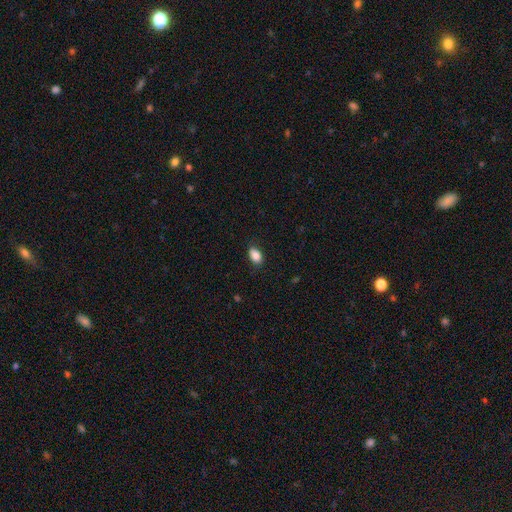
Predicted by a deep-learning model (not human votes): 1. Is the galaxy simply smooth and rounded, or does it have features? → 85% smooth, 8% star or artifact, 6% featured or disk.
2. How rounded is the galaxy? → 88% in between, 10% round, 2% cigar-shaped.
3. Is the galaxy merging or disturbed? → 79% none, 17% minor disturbance, 3% major disturbance, 1% merger.